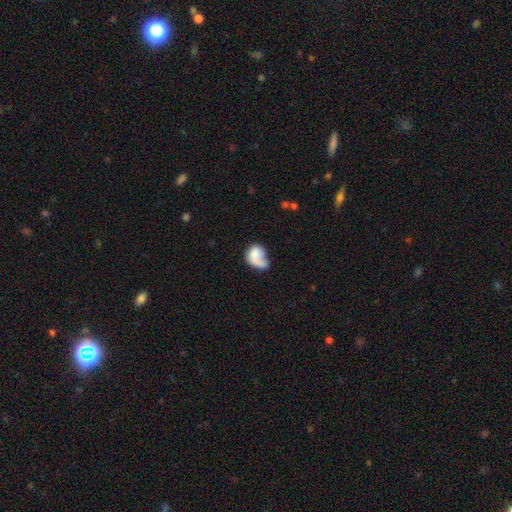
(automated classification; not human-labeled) Overall: smooth (62%; featured or disk 31%). How rounded: in between (62%; round 36%). Merging: major disturbance (37%; none 27%).